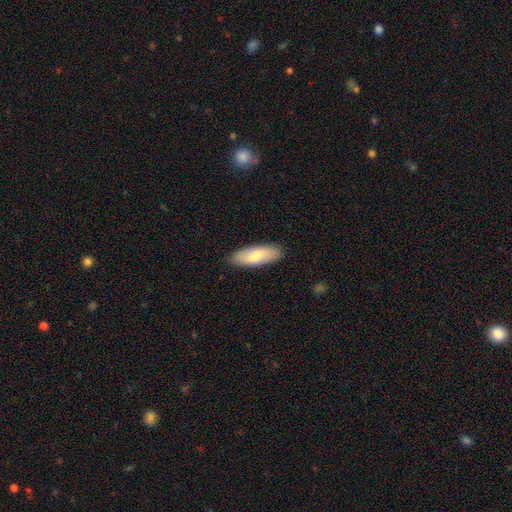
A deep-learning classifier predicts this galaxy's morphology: smooth_or_featured: smooth (p=0.76) [alt: featured or disk p=0.19]
how_rounded: in between (p=0.67) [alt: cigar-shaped p=0.31]
merging: none (p=0.88) [alt: minor disturbance p=0.10]